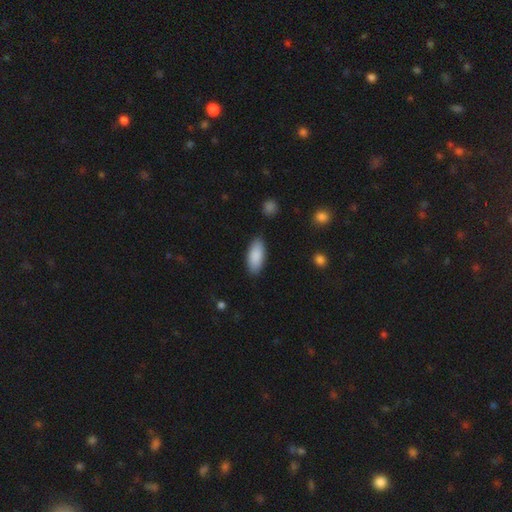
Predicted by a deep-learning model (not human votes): Smooth or featured? smooth (89%)
How rounded? in between (85%)
Merging? none (87%)